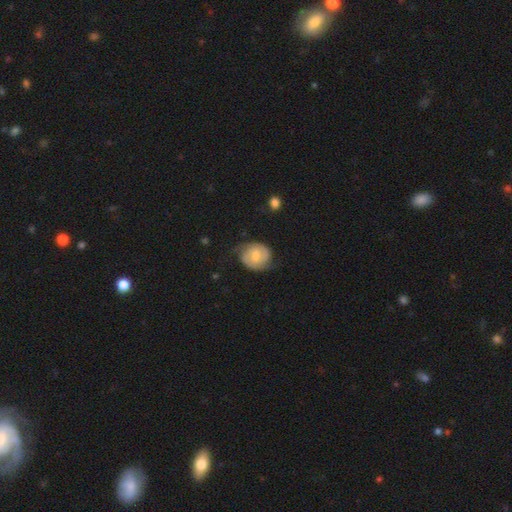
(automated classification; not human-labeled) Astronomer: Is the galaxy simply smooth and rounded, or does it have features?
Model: featured or disk — 57% (runner-up: smooth, 37%).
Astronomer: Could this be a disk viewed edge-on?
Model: no — 97%.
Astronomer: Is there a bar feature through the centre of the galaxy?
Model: weak — 55% (runner-up: no, 32%).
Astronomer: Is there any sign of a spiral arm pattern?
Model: yes — 89%.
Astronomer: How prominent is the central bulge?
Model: moderate — 45% (runner-up: small, 36%).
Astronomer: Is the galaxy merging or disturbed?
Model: none — 64%.